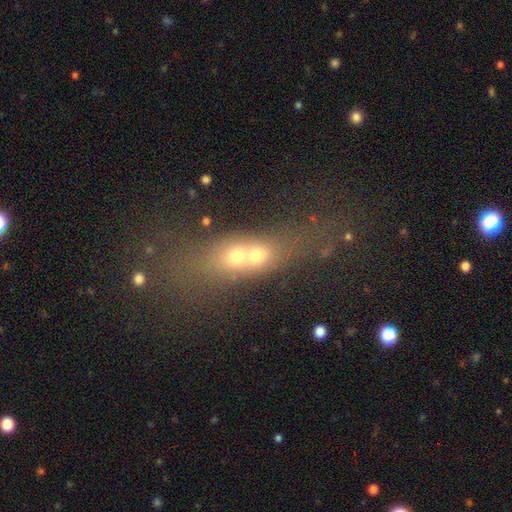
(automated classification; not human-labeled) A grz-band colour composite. It shows a smooth galaxy with no disk features (58%) that is in between round and cigar-shaped (52%). Merging: merger (70%).